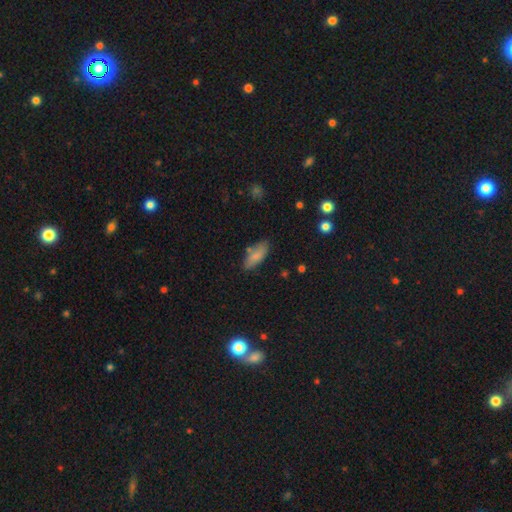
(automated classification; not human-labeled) Smooth or featured?
  - smooth: 80% *
  - featured or disk: 13%
  - star or artifact: 7%
How rounded?
  - in between: 78% *
  - cigar-shaped: 19%
  - round: 2%
Merging?
  - none: 73% *
  - minor disturbance: 17%
  - merger: 6%
  - major disturbance: 4%